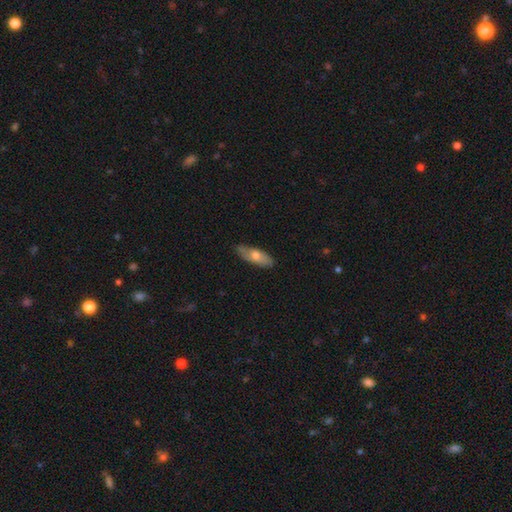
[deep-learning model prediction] A smooth galaxy with no disk features (62%) that is in between round and cigar-shaped (68%).

Vote fractions:
- Smooth or featured? smooth: 62% / featured or disk: 33% / star or artifact: 6%
- How rounded? in between: 68% / cigar-shaped: 30% / round: 2%
- Merging? none: 78% / minor disturbance: 19% / major disturbance: 3% / merger: 1%